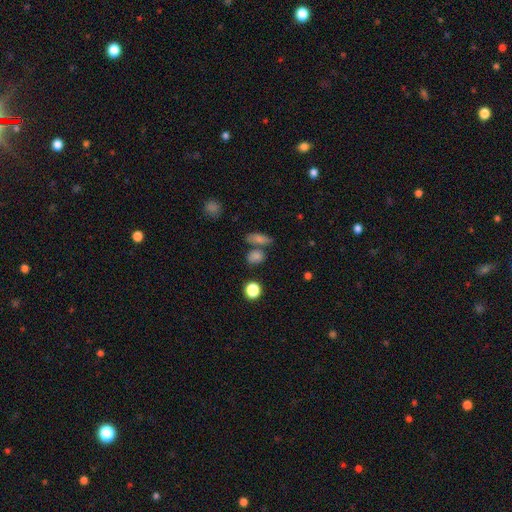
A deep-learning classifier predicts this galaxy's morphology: Overall: smooth (73%). How rounded: in between (47%; round 46%). Merging: none (61%; merger 24%).